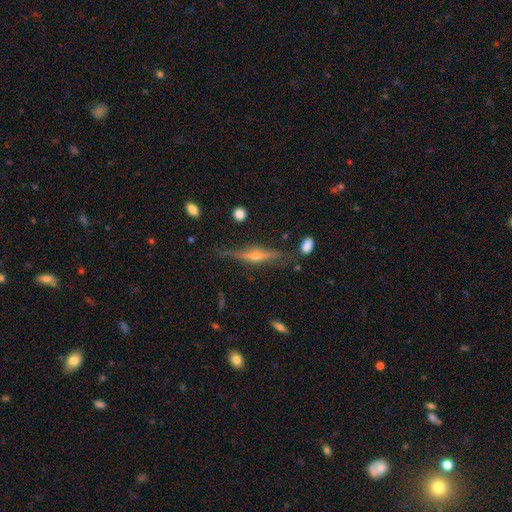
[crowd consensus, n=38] A featured or disk galaxy (89%) viewed edge-on (100%) with a rounded central bulge (100%). Merging: none (81%).